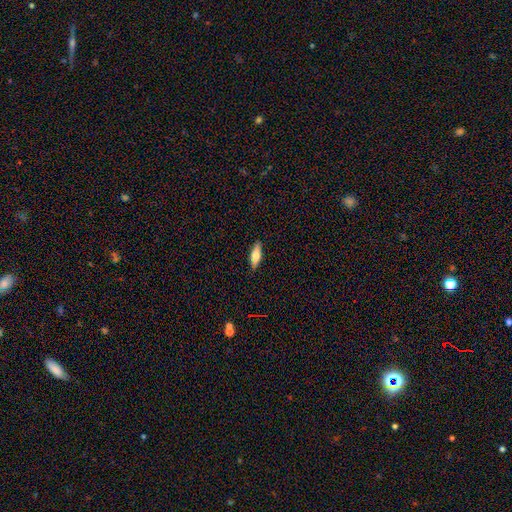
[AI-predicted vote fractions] Smooth or featured? smooth (66%)
How rounded? in between (51%)
Merging? none (89%)